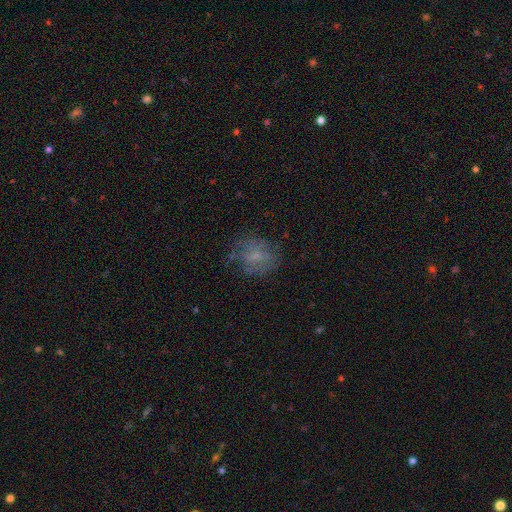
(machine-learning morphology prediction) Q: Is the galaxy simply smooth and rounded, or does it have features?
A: smooth — 48%.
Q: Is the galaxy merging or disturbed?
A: none — 61%.